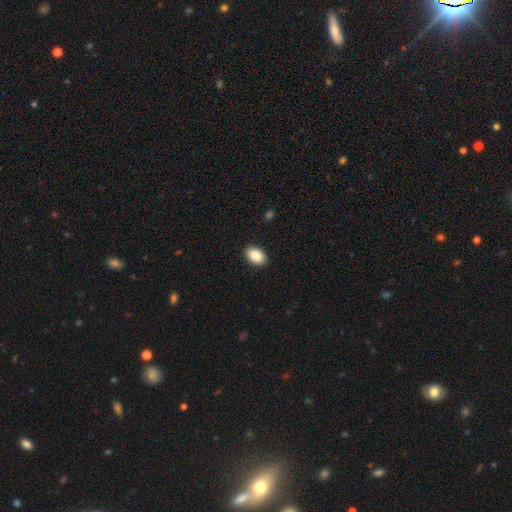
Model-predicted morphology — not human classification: Q: Smooth or featured?
A: smooth (89%); runner-up: star or artifact (7%)
Q: How rounded?
A: in between (87%); runner-up: round (12%)
Q: Merging?
A: none (90%); runner-up: minor disturbance (7%)